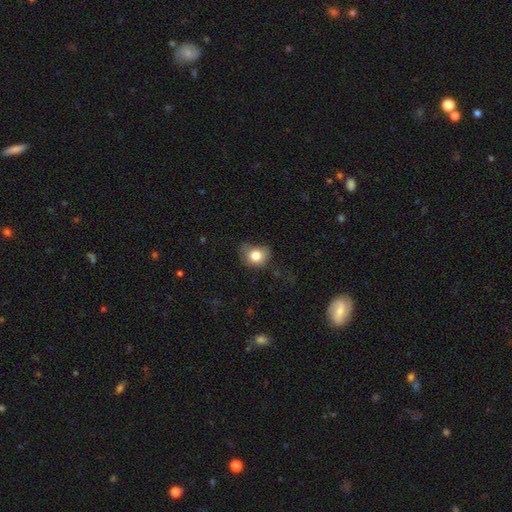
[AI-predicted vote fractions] Q: Smooth or featured?
A: smooth (80%); runner-up: star or artifact (11%)
Q: How rounded?
A: round (61%); runner-up: in between (38%)
Q: Merging?
A: none (54%); runner-up: minor disturbance (33%)